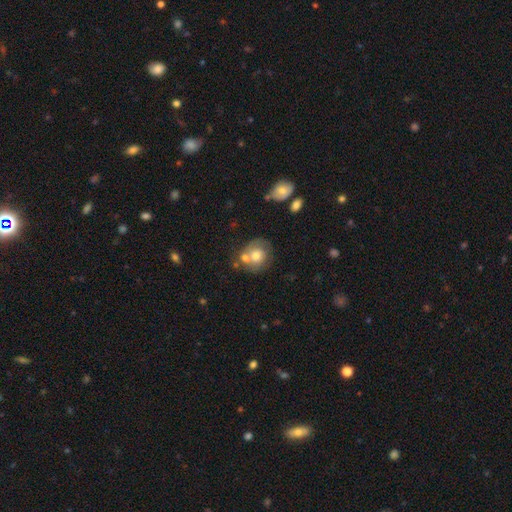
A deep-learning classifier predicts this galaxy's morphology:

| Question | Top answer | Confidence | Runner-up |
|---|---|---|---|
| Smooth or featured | smooth | 55% | featured or disk (37%) |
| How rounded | round | 74% | in between (25%) |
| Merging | none | 42% | merger (32%) |